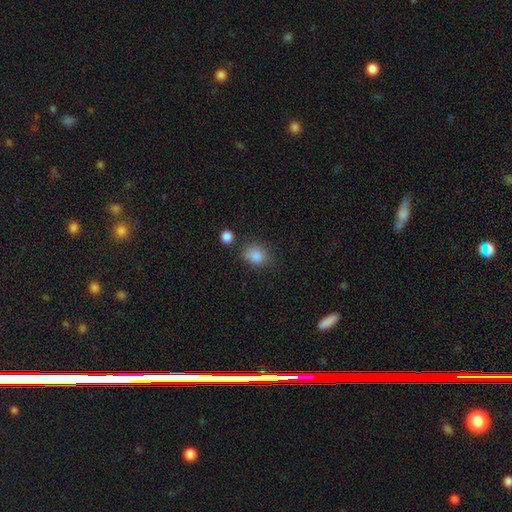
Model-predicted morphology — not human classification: Smooth or featured? Predicted: smooth (p=0.84). How rounded? Predicted: round (p=0.63). Merging? Predicted: none (p=0.69).